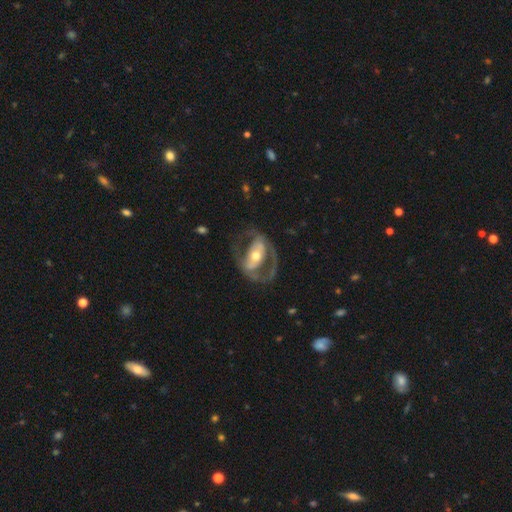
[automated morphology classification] type=featured or disk (78%); edge-on=no (93%); bar=strong (44%); spiral arms=yes (64%); bulge=moderate (69%); merging=none (56%).